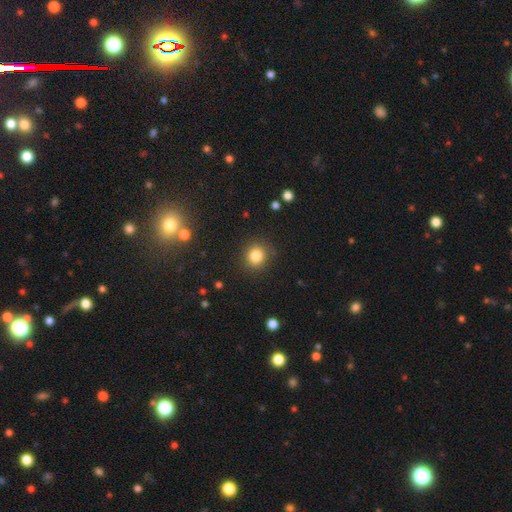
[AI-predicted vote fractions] Morphology: type=smooth (83%); roundness=round (87%); merging=none (88%).